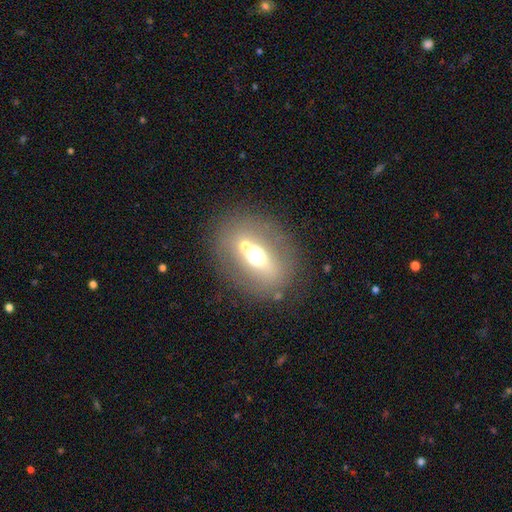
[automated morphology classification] type=smooth (49%); merging=none (61%).